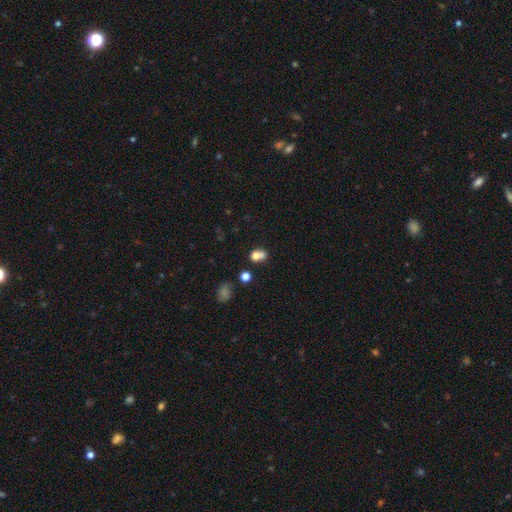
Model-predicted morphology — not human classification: smooth_or_featured: smooth (p=0.73) [alt: featured or disk p=0.15]
how_rounded: round (p=0.54) [alt: in between p=0.45]
merging: merger (p=0.53) [alt: none p=0.30]